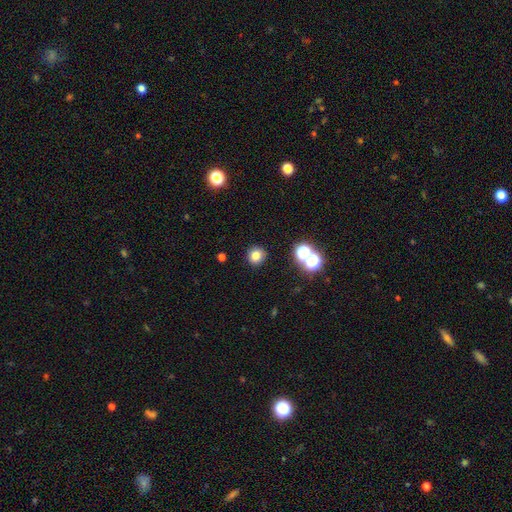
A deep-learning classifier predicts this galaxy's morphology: A smooth galaxy with no disk features (77%) that is round (90%).

Vote fractions:
- Smooth or featured? smooth: 77% / star or artifact: 16% / featured or disk: 7%
- How rounded? round: 90% / in between: 9% / cigar-shaped: 1%
- Merging? none: 90% / minor disturbance: 6% / merger: 2% / major disturbance: 2%